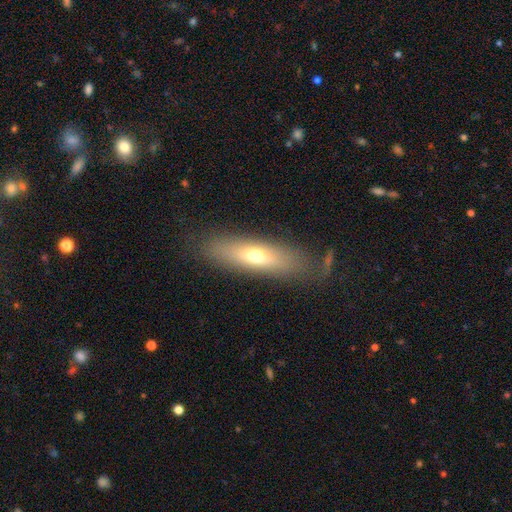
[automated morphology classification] Smooth or featured? smooth (60%)
How rounded? cigar-shaped (54%)
Merging? none (79%)